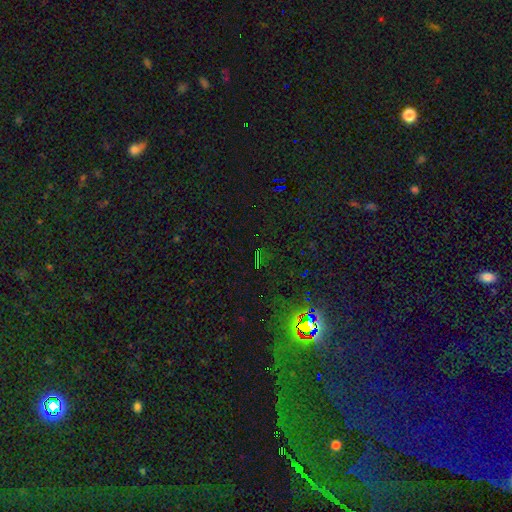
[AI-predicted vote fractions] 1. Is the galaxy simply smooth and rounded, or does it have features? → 83% star or artifact, 9% smooth, 8% featured or disk.